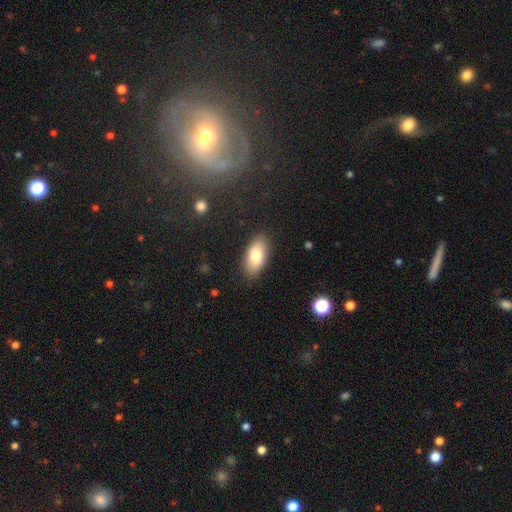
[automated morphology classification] Smooth or featured: smooth — 80% (featured or disk — 13%)
How rounded: in between — 92% (cigar-shaped — 5%)
Merging: none — 86% (minor disturbance — 10%)